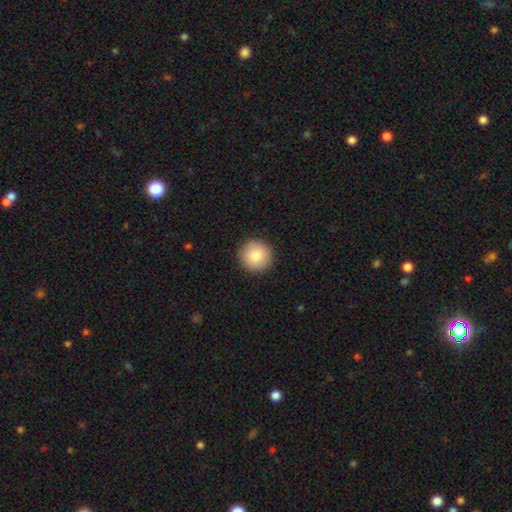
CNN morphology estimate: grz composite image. It shows a smooth galaxy with no disk features (83%) that is round (96%). Merging: none (92%).